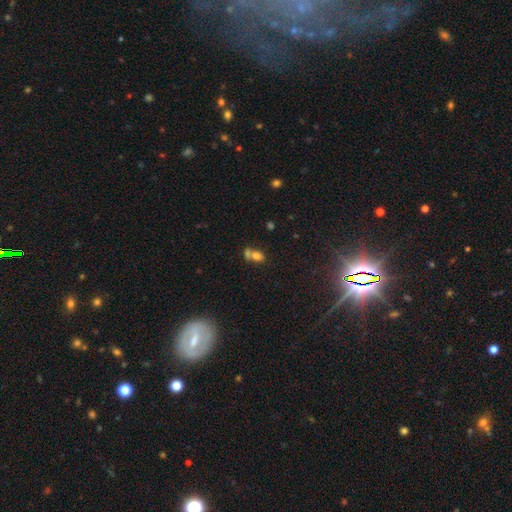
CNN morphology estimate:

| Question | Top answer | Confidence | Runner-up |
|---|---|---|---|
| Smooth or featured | smooth | 76% | star or artifact (13%) |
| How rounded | in between | 69% | round (29%) |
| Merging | merger | 53% | none (32%) |